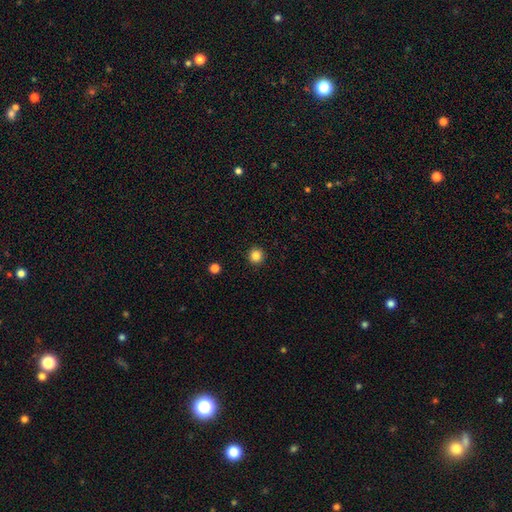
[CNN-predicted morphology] A smooth galaxy with no disk features (84%) that is round (94%). Merging: none (93%).